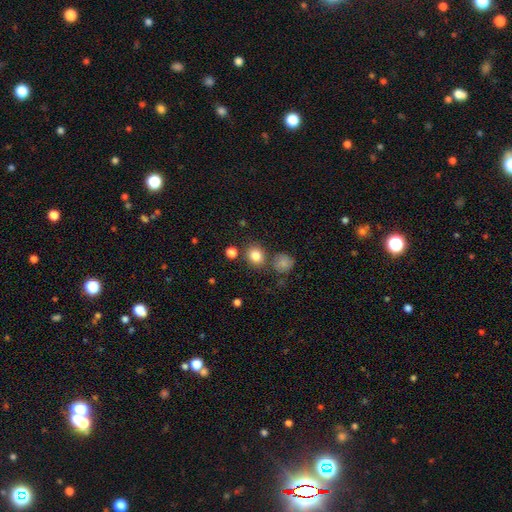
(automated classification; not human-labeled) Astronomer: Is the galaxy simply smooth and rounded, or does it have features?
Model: smooth — 82%.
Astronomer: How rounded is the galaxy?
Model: round — 76%.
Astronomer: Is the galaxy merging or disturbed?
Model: none — 76%.